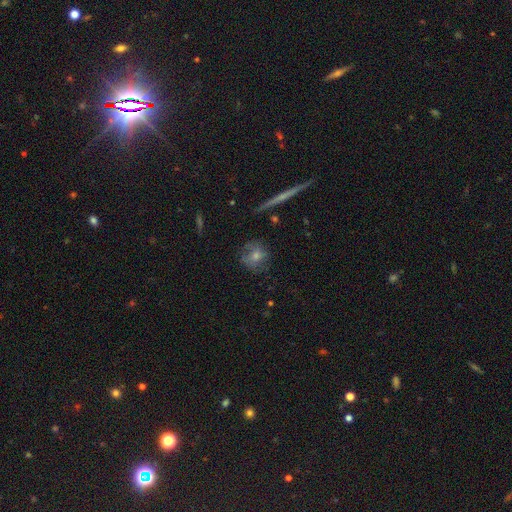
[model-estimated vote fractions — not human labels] featured or disk 43%, smooth 42%, star or artifact 15%. Down the decision tree: merging — none (71%).